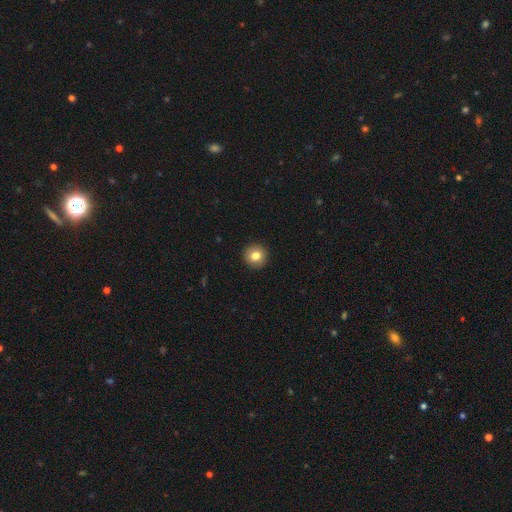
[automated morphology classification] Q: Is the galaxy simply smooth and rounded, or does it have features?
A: smooth — 81%.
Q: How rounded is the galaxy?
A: round — 95%.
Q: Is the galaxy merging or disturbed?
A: none — 93%.